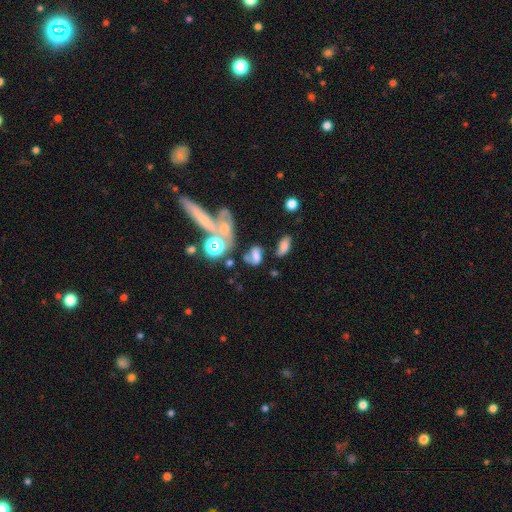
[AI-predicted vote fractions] Q: Smooth or featured?
A: smooth (47%); runner-up: featured or disk (34%)
Q: Merging?
A: none (39%); runner-up: merger (24%)